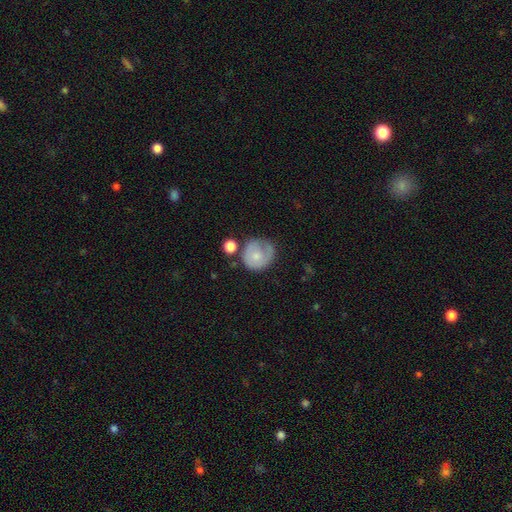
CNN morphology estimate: The model was most divided on "merging": none: 51%, minor disturbance: 27%, major disturbance: 14%, merger: 8%. More confident: how rounded — round (84%); smooth or featured — smooth (60%).